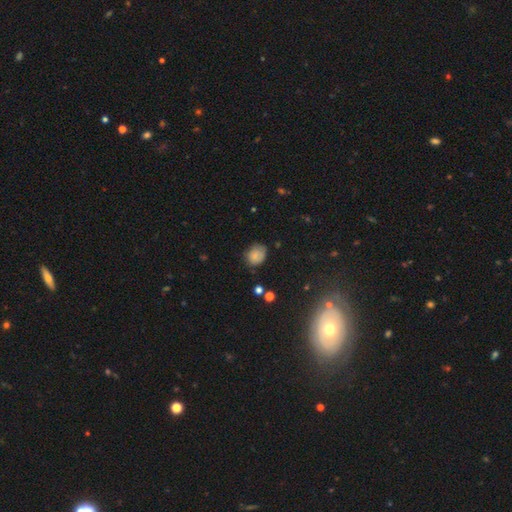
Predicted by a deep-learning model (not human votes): Smooth or featured?
  - smooth: 74% *
  - featured or disk: 14%
  - star or artifact: 12%
How rounded?
  - round: 57% *
  - in between: 42%
  - cigar-shaped: 1%
Merging?
  - none: 61% *
  - minor disturbance: 29%
  - major disturbance: 7%
  - merger: 2%